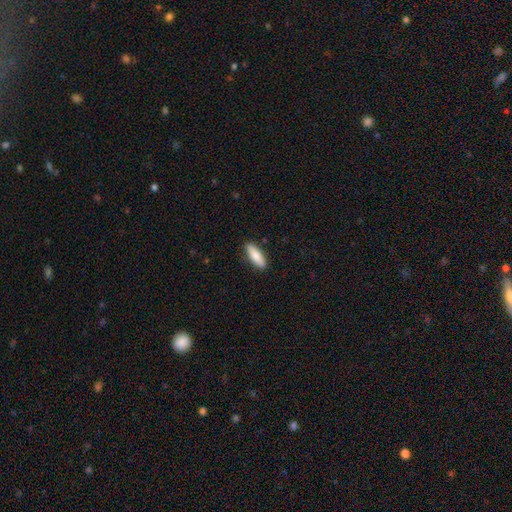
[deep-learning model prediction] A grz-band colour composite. It shows a smooth galaxy with no disk features (83%) that is cigar-shaped (49%, tied with in between). Merging: none (88%).